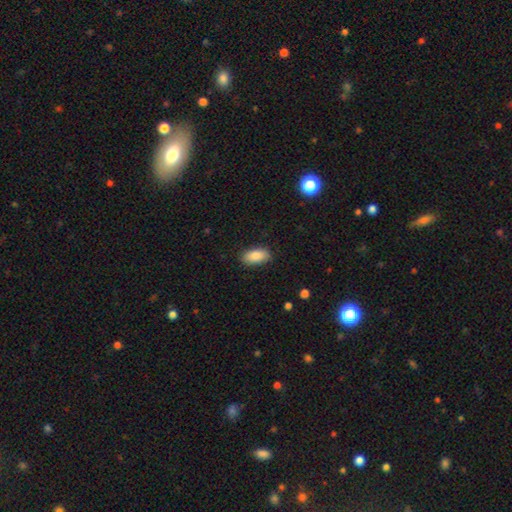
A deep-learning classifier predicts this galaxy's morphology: A smooth galaxy with no disk features (87%) that is in between round and cigar-shaped (92%).

Vote fractions:
- Smooth or featured? smooth: 87% / star or artifact: 7% / featured or disk: 6%
- How rounded? in between: 92% / cigar-shaped: 5% / round: 3%
- Merging? none: 87% / minor disturbance: 10% / major disturbance: 2% / merger: 1%